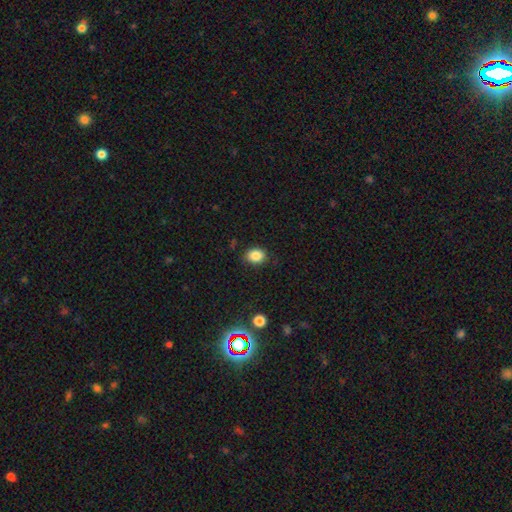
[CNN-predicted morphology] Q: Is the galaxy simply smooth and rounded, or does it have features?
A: smooth — 85%.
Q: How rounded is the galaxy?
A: in between — 56%.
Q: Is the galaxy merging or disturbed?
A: none — 83%.